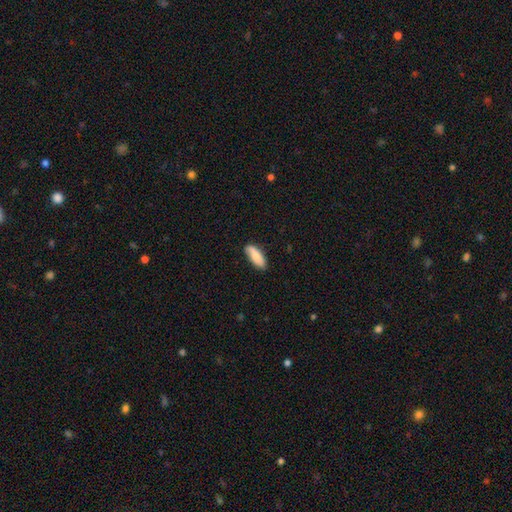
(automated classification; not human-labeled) Morphology: type=smooth (82%); roundness=in between (71%); merging=none (81%).